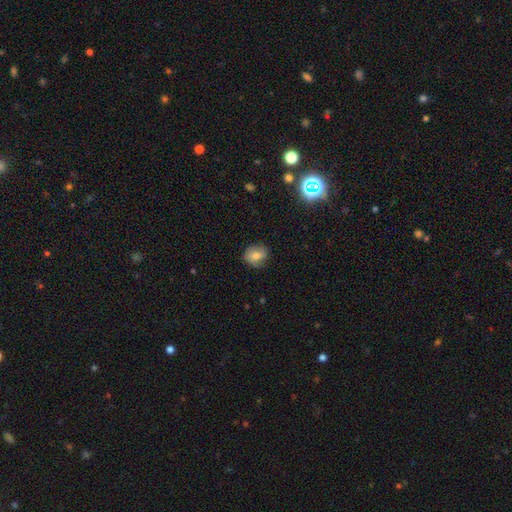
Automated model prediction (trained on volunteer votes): Morphology: type=smooth (64%); roundness=round (70%); merging=none (74%).